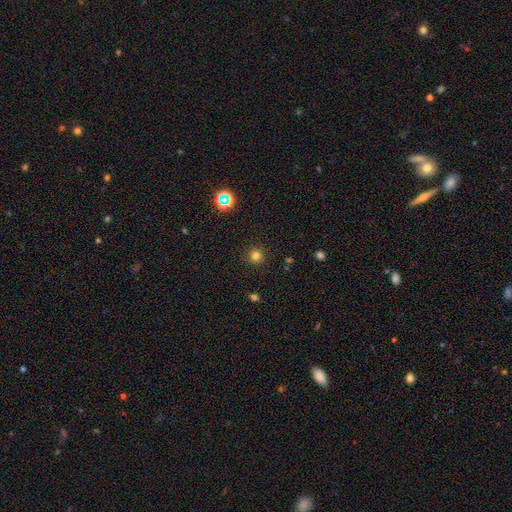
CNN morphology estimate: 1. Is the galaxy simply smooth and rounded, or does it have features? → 78% smooth, 17% star or artifact, 5% featured or disk.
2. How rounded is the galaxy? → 95% round, 4% in between, 1% cigar-shaped.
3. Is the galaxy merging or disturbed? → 91% none, 6% minor disturbance, 2% major disturbance, 1% merger.